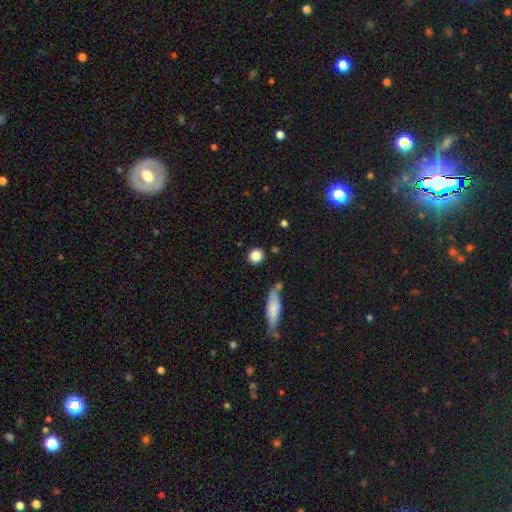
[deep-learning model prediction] This appears to be a smooth galaxy with no disk features (85%) that is round (89%). Merging: none (83%).